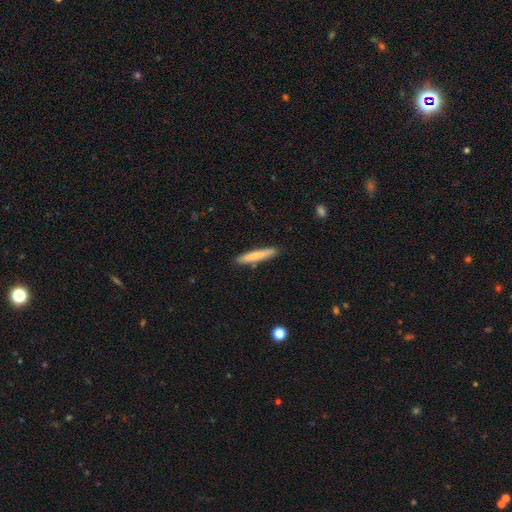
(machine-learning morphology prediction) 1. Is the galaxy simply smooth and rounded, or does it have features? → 72% smooth, 22% featured or disk, 6% star or artifact.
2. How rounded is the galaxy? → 93% cigar-shaped, 6% in between, 1% round.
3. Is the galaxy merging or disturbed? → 89% none, 8% minor disturbance, 2% merger, 2% major disturbance.